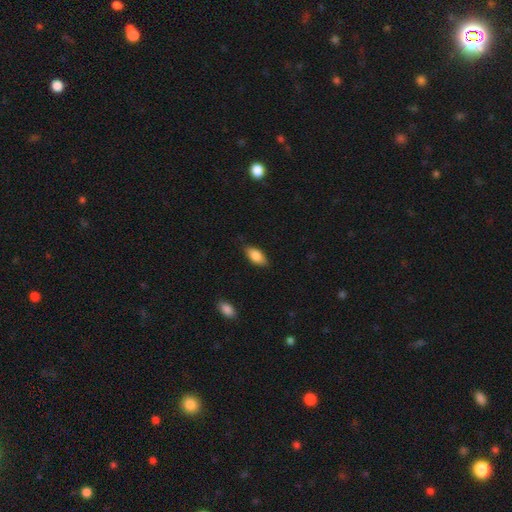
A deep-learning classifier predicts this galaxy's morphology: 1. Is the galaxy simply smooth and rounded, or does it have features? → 84% smooth, 9% featured or disk, 6% star or artifact.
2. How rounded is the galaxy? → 89% in between, 8% cigar-shaped, 2% round.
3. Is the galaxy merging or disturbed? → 82% none, 14% minor disturbance, 3% major disturbance, 1% merger.